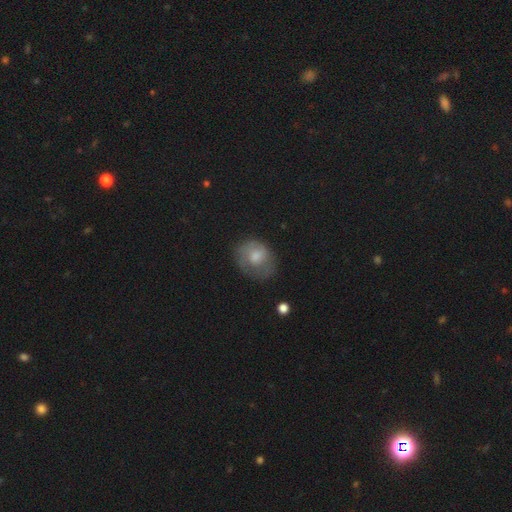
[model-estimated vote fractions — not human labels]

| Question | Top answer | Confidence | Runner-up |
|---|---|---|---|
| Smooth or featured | smooth | 64% | featured or disk (28%) |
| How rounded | round | 53% | in between (46%) |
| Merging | none | 49% | minor disturbance (29%) |